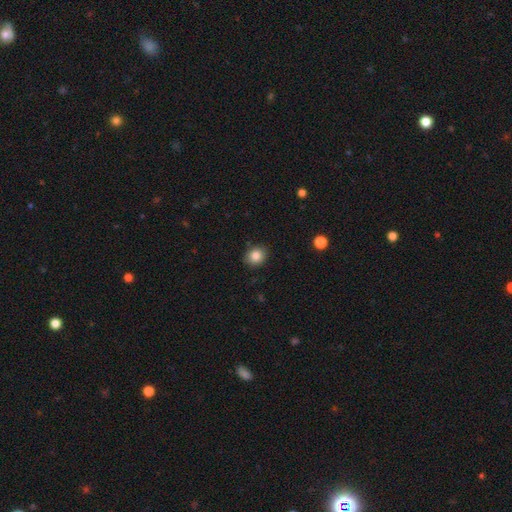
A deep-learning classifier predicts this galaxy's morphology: Q: Smooth or featured?
A: smooth (84%); runner-up: star or artifact (10%)
Q: How rounded?
A: round (67%); runner-up: in between (33%)
Q: Merging?
A: none (88%); runner-up: minor disturbance (9%)